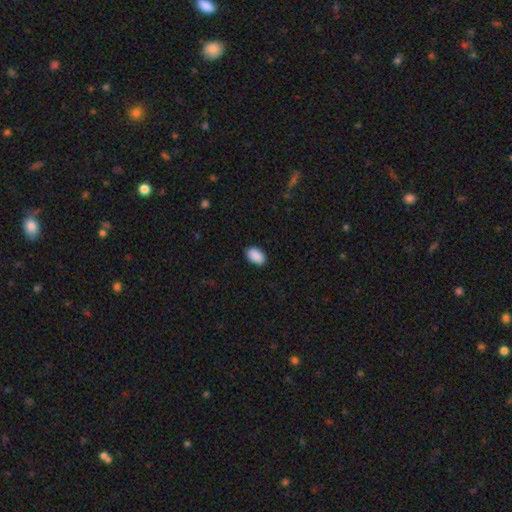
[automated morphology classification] Smooth or featured: smooth — 91% (star or artifact — 7%)
How rounded: in between — 93% (round — 5%)
Merging: none — 89% (minor disturbance — 8%)